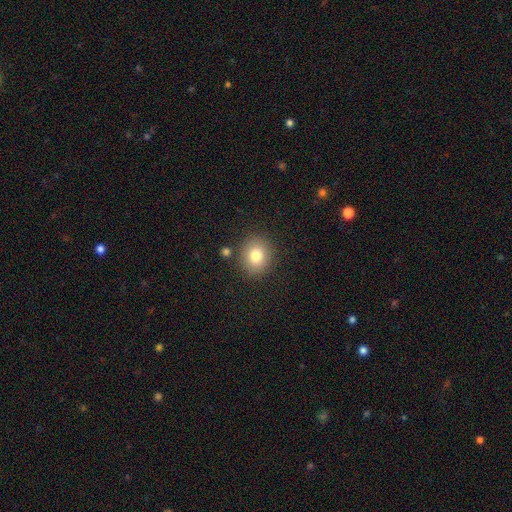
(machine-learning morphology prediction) This is likely a smooth galaxy (80%). How rounded: likely round (76%). Merging: clearly none (85%).